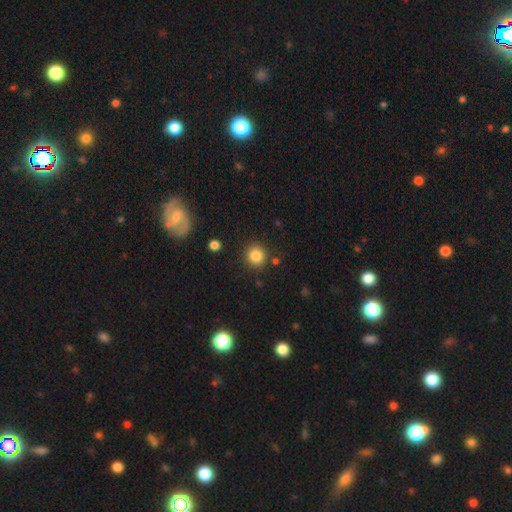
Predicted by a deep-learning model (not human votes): Smooth or featured? Predicted: smooth (p=0.84). How rounded? Predicted: round (p=0.89). Merging? Predicted: none (p=0.87).